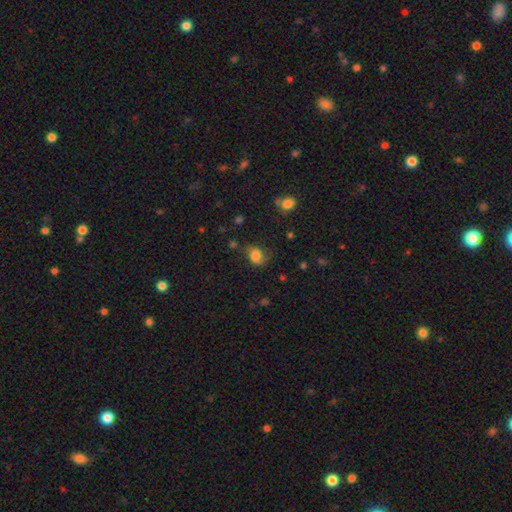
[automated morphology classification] Overall: smooth (67%). How rounded: in between (55%; round 44%). Merging: none (54%; minor disturbance 28%).